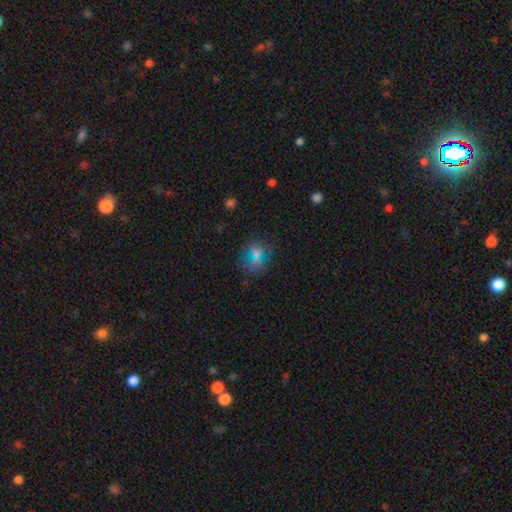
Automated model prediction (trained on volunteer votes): This appears to be a smooth galaxy with no disk features (58%) that is round (81%). Merging: none (78%).